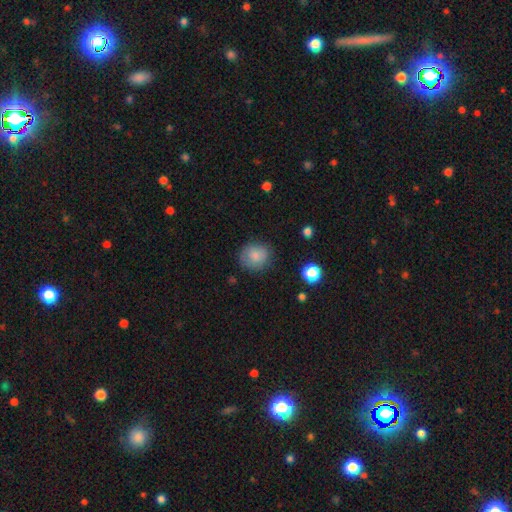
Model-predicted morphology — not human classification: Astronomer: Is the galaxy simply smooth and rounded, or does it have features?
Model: smooth — 83%.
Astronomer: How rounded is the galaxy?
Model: round — 83%.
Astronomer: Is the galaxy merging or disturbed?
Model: none — 78%.